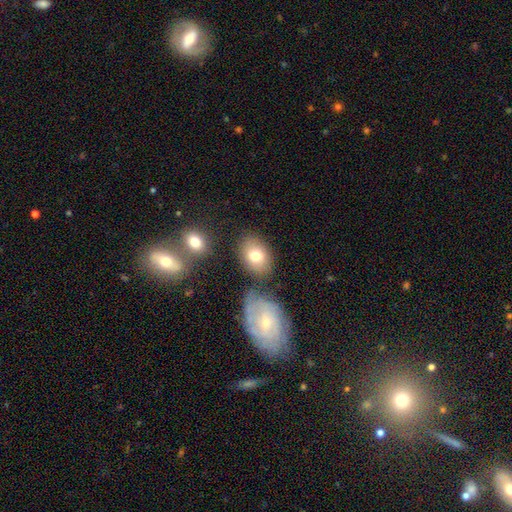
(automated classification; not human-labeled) The model was most divided on "how rounded": in between: 70%, round: 29%, cigar-shaped: 1%. More confident: smooth or featured — smooth (76%); merging — none (70%).